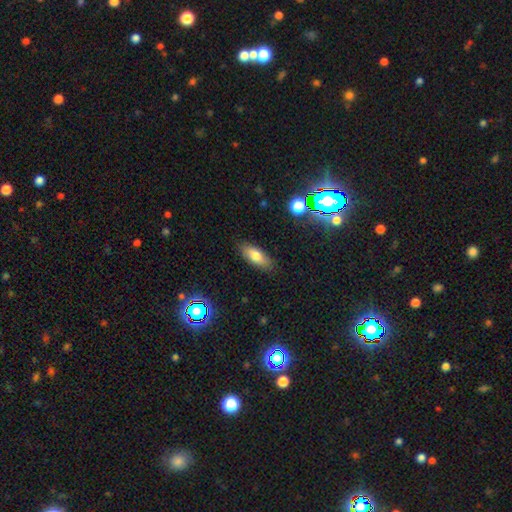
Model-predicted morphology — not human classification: smooth 74%, featured or disk 17%, star or artifact 9%. Down the decision tree: how rounded — in between (77%); merging — none (85%).